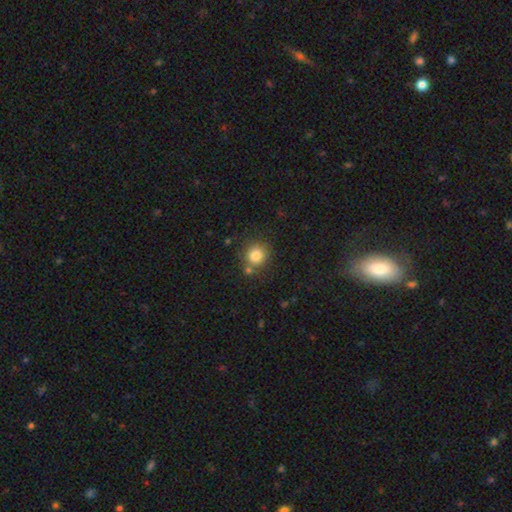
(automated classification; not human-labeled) smooth_or_featured: smooth (p=0.83) [alt: star or artifact p=0.11]
how_rounded: round (p=0.91) [alt: in between p=0.08]
merging: none (p=0.76) [alt: merger p=0.11]